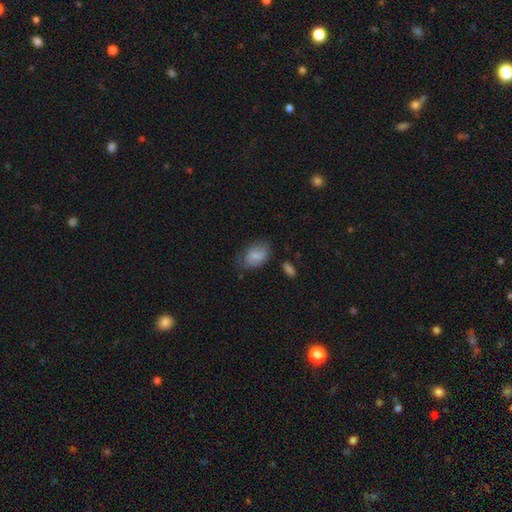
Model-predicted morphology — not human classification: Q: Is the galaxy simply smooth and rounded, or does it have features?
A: smooth — 75%.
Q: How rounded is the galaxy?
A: in between — 83%.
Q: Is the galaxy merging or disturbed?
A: none — 55%.